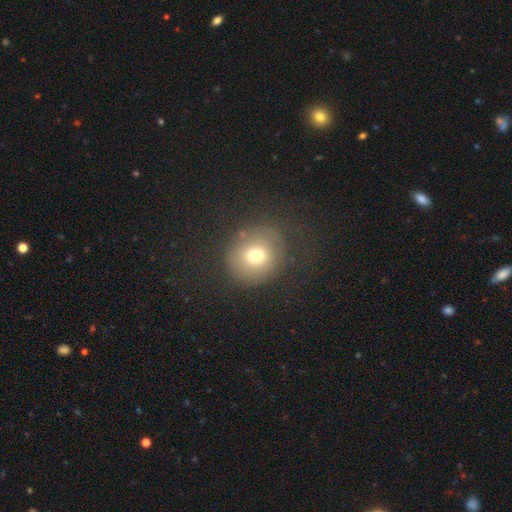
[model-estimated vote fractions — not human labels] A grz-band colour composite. It shows a smooth galaxy with no disk features (71%) that is round (84%). Merging: none (73%).